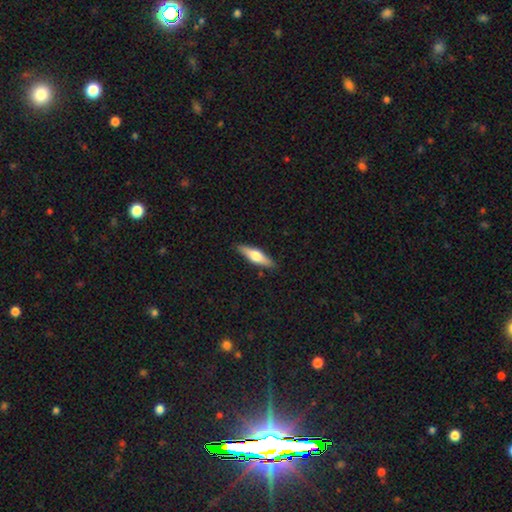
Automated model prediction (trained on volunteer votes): Morphology: type=smooth (51%); roundness=cigar-shaped (63%); merging=none (89%).